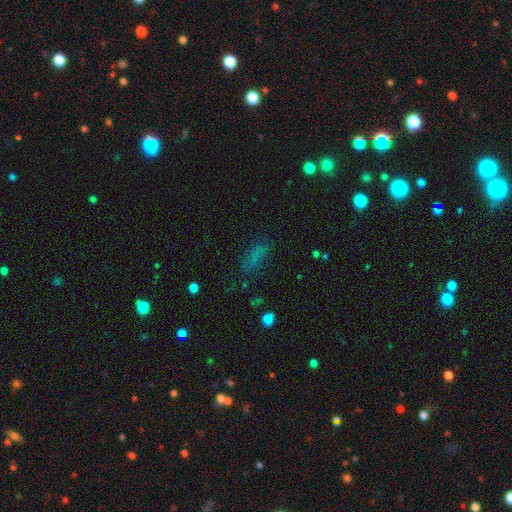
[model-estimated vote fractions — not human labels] Smooth or featured: smooth — 60% (star or artifact — 25%)
How rounded: in between — 74% (cigar-shaped — 20%)
Merging: none — 60% (minor disturbance — 21%)